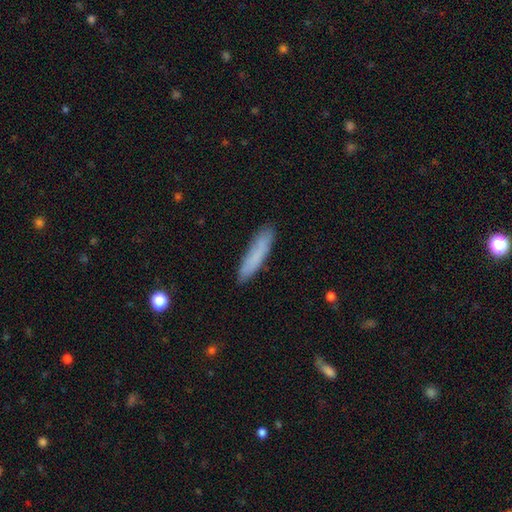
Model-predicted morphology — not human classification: This appears to be a smooth galaxy with no disk features (79%) that is cigar-shaped (84%). Merging: none (85%).